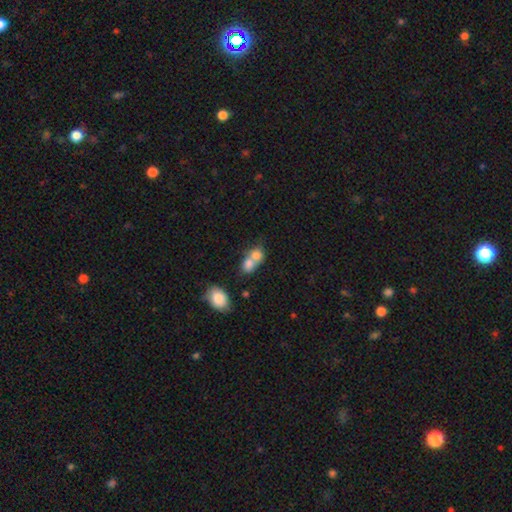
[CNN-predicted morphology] A smooth galaxy with no disk features (75%) that is round (54%). Merging: merger (70%).